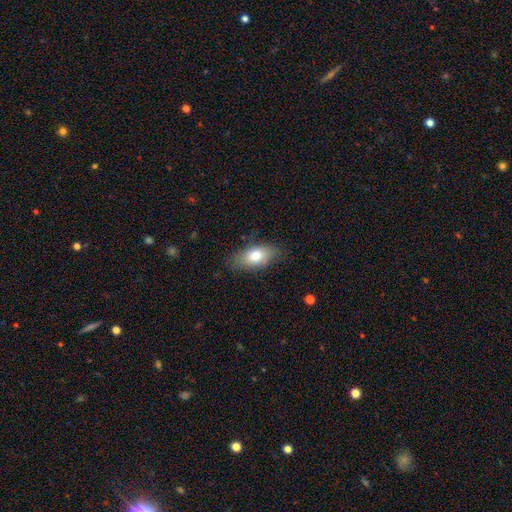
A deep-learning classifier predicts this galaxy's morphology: A smooth galaxy with no disk features (75%) that is in between round and cigar-shaped (86%). Merging: none (79%).